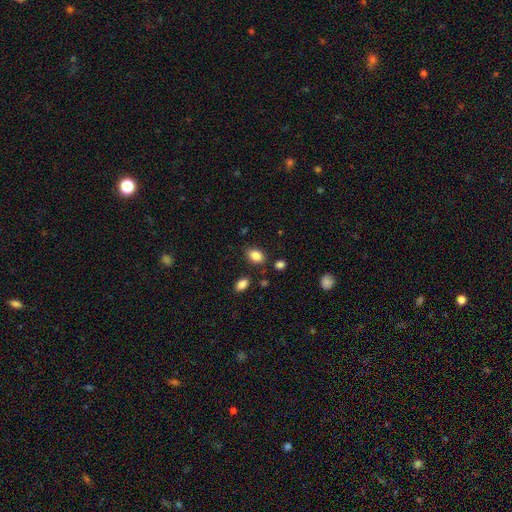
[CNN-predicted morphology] The model was most divided on "how rounded": in between: 80%, round: 19%, cigar-shaped: 1%. More confident: smooth or featured — smooth (85%); merging — none (80%).